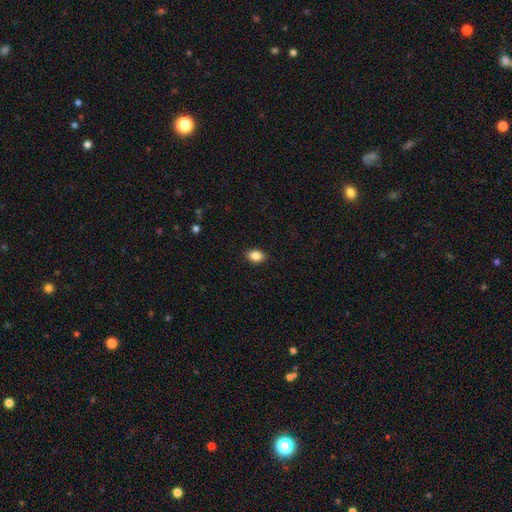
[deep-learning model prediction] A smooth galaxy with no disk features (86%) that is in between round and cigar-shaped (81%). Merging: none (89%).